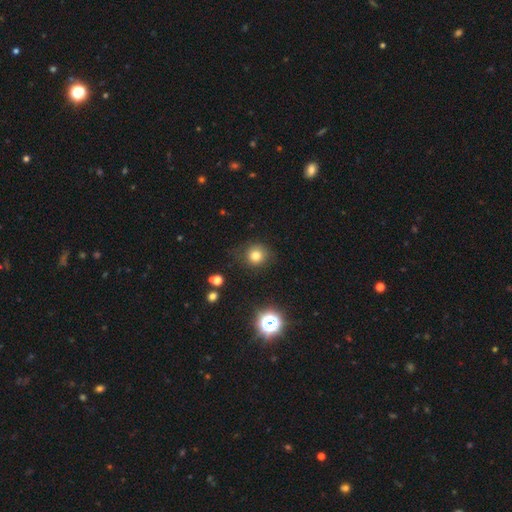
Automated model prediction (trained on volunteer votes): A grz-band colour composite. It shows a smooth galaxy with no disk features (77%) that is round (91%). Merging: none (83%).